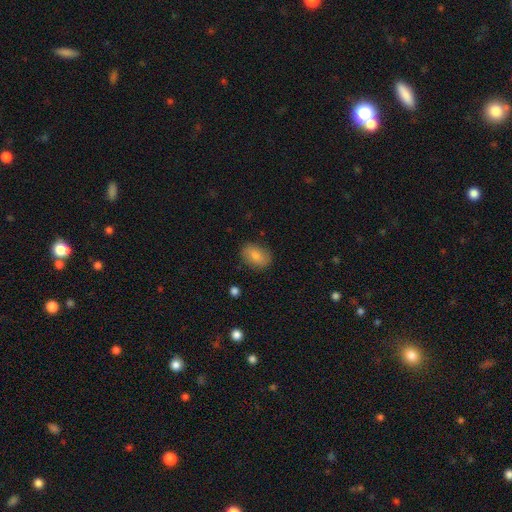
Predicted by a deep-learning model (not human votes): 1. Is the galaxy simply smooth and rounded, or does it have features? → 80% smooth, 13% featured or disk, 7% star or artifact.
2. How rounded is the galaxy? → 81% in between, 18% round, 1% cigar-shaped.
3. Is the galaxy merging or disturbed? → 84% none, 12% minor disturbance, 3% major disturbance, 1% merger.